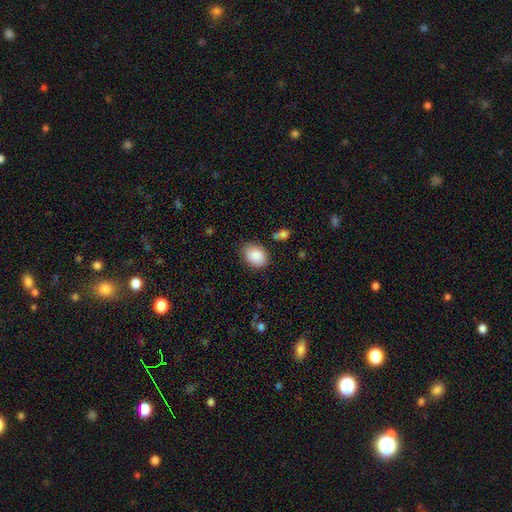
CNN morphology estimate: A smooth galaxy with no disk features (88%) that is in between round and cigar-shaped (69%).

Vote fractions:
- Smooth or featured? smooth: 88% / star or artifact: 7% / featured or disk: 5%
- How rounded? in between: 69% / round: 30% / cigar-shaped: 1%
- Merging? none: 79% / minor disturbance: 15% / major disturbance: 3% / merger: 2%